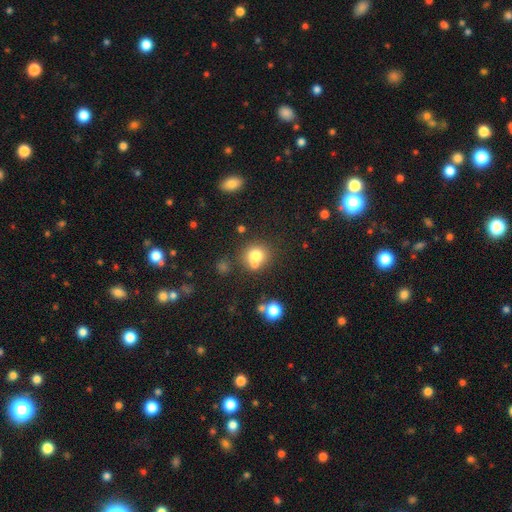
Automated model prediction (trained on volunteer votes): A smooth galaxy with no disk features (74%) that is round (78%). Merging: none (47%).